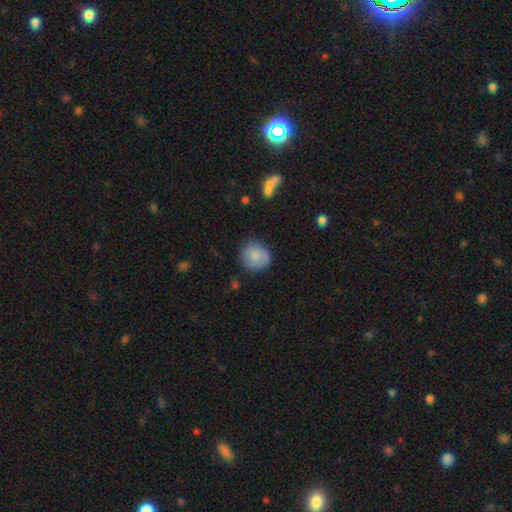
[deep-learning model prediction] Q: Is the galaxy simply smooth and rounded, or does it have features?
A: smooth — 77%.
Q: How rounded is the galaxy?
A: round — 87%.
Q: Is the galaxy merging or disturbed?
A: none — 73%.